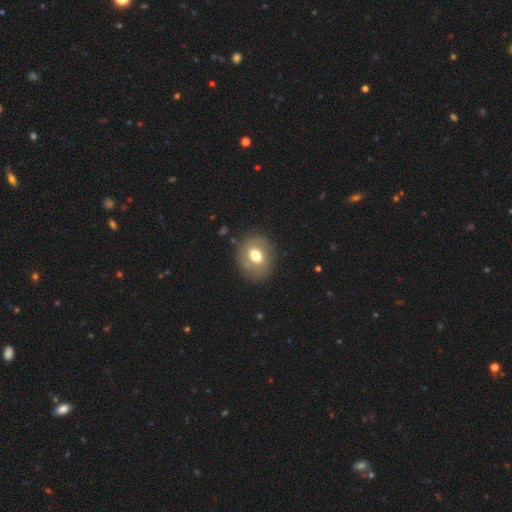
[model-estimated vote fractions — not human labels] A smooth galaxy with no disk features (62%) that is round (66%).

Vote fractions:
- Smooth or featured? smooth: 62% / featured or disk: 30% / star or artifact: 9%
- How rounded? round: 66% / in between: 33% / cigar-shaped: 1%
- Merging? none: 80% / minor disturbance: 13% / major disturbance: 5% / merger: 2%